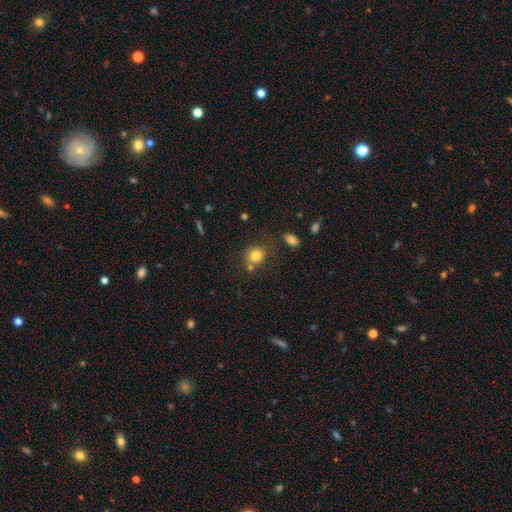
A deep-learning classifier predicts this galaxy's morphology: A smooth galaxy with no disk features (80%) that is round (80%).

Vote fractions:
- Smooth or featured? smooth: 80% / star or artifact: 12% / featured or disk: 8%
- How rounded? round: 80% / in between: 19% / cigar-shaped: 1%
- Merging? none: 67% / merger: 15% / minor disturbance: 13% / major disturbance: 5%